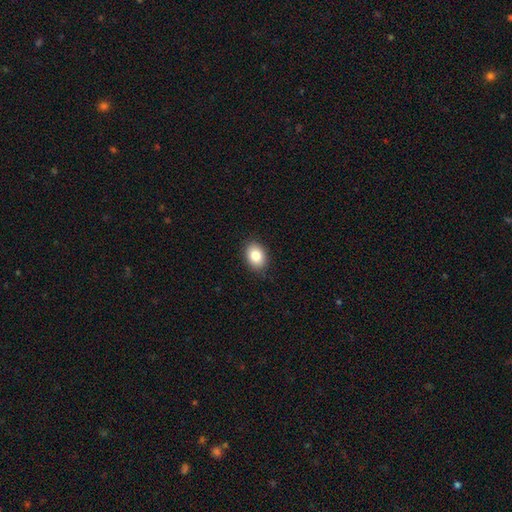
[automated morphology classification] smooth_or_featured: smooth (p=0.84) [alt: star or artifact p=0.08]
how_rounded: in between (p=0.71) [alt: round p=0.28]
merging: none (p=0.87) [alt: minor disturbance p=0.10]